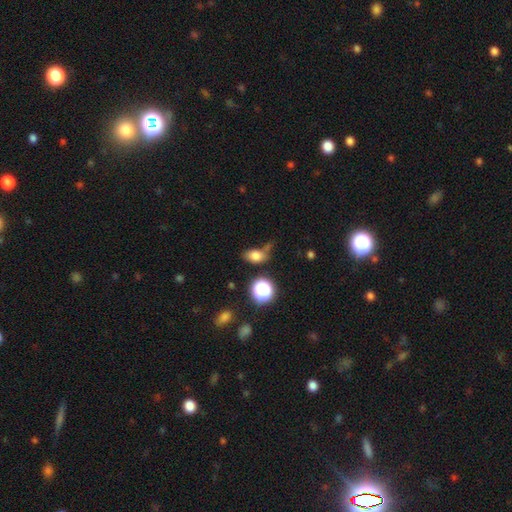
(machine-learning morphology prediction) A smooth galaxy with no disk features (76%) that is in between round and cigar-shaped (76%). Merging: none (51%).